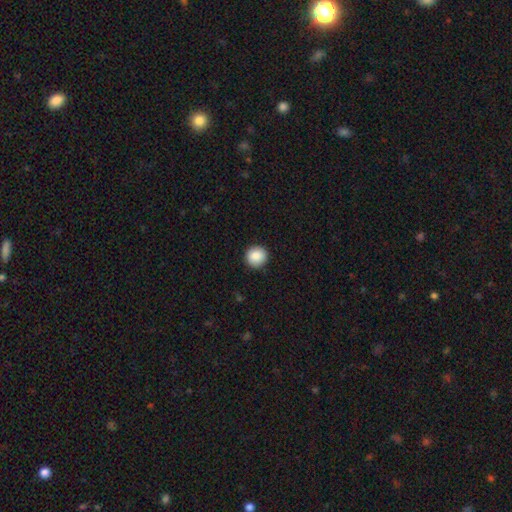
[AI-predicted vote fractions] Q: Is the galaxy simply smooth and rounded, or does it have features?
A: smooth — 88%.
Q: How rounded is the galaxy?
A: round — 91%.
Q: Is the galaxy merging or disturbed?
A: none — 91%.